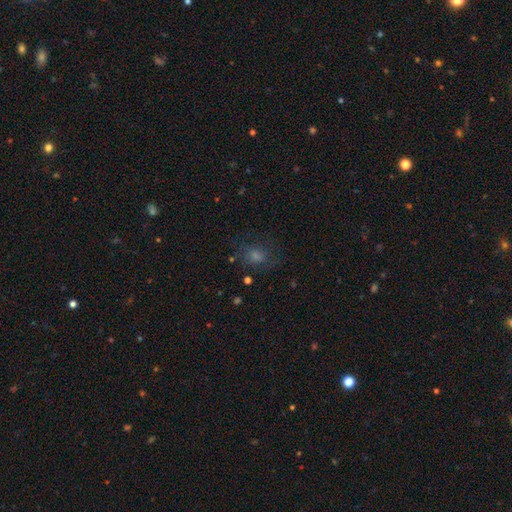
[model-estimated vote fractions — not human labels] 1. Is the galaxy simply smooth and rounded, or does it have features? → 47% smooth, 33% star or artifact, 20% featured or disk.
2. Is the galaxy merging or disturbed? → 71% none, 16% minor disturbance, 11% major disturbance, 2% merger.